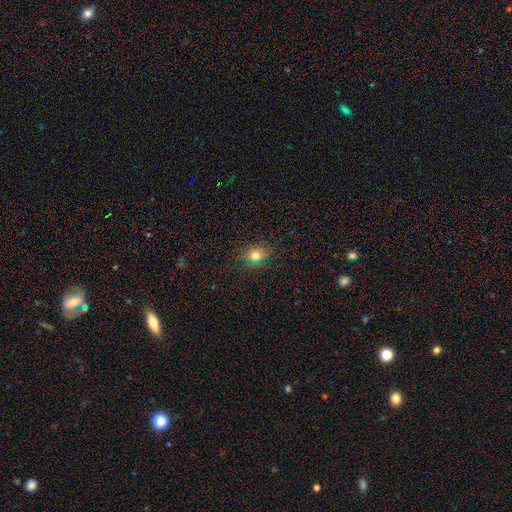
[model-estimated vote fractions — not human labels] This appears to be a smooth galaxy with no disk features (71%) that is round (49%, tied with in between). Merging: none (86%).